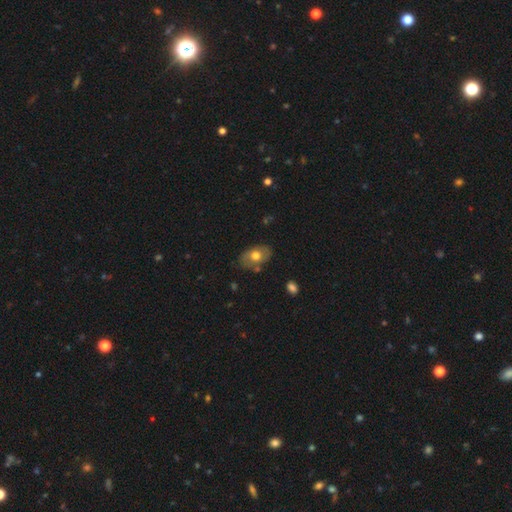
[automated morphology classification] smooth 63%, featured or disk 30%, star or artifact 7%. Down the decision tree: how rounded — in between (85%); merging — none (77%).